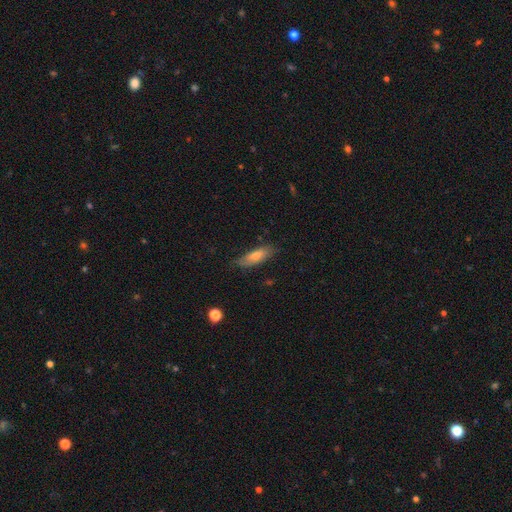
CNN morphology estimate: Smooth or featured: smooth — 66% (featured or disk — 26%)
How rounded: in between — 52% (cigar-shaped — 45%)
Merging: none — 76% (minor disturbance — 19%)